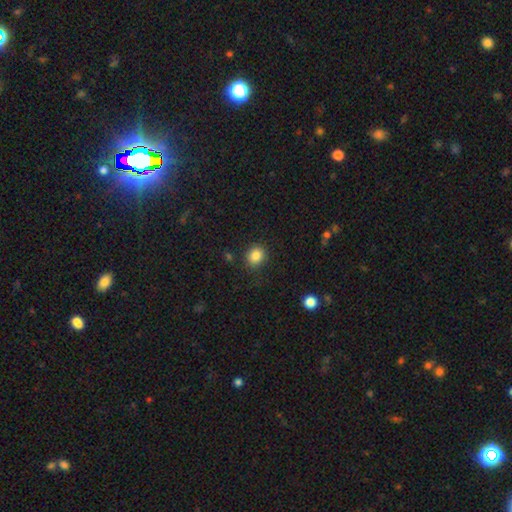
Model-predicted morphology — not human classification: type=smooth (85%); roundness=round (79%); merging=none (86%).